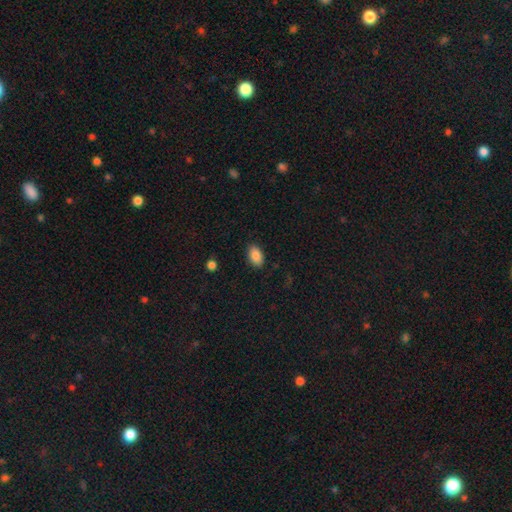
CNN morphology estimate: Smooth or featured: smooth — 86% (star or artifact — 8%)
How rounded: in between — 91% (round — 8%)
Merging: none — 88% (minor disturbance — 9%)